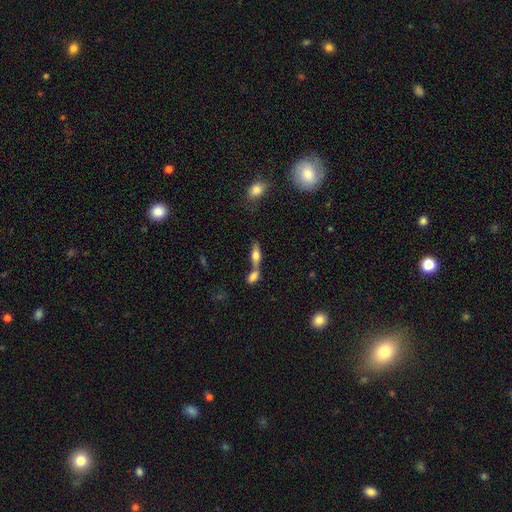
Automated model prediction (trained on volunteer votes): Smooth or featured? smooth (61%)
How rounded? in between (60%)
Merging? merger (52%)